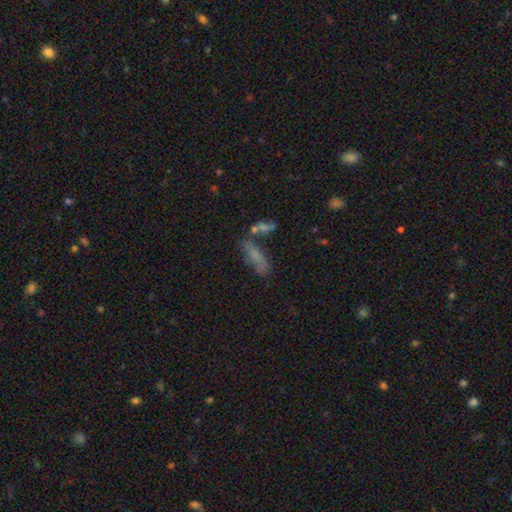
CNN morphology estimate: type=smooth (60%); roundness=cigar-shaped (59%); merging=none (53%).